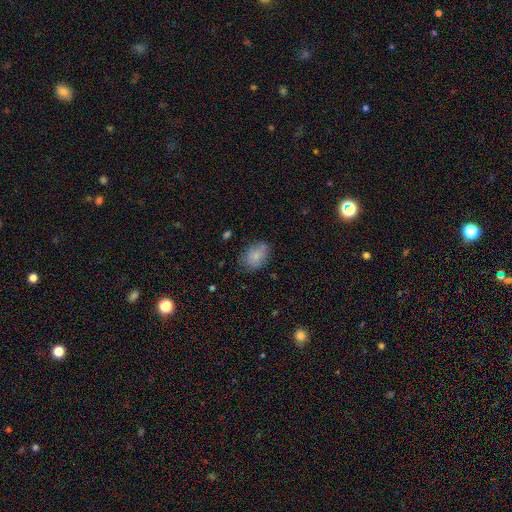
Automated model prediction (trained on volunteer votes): A smooth galaxy with no disk features (79%) that is in between round and cigar-shaped (74%). Merging: none (68%).